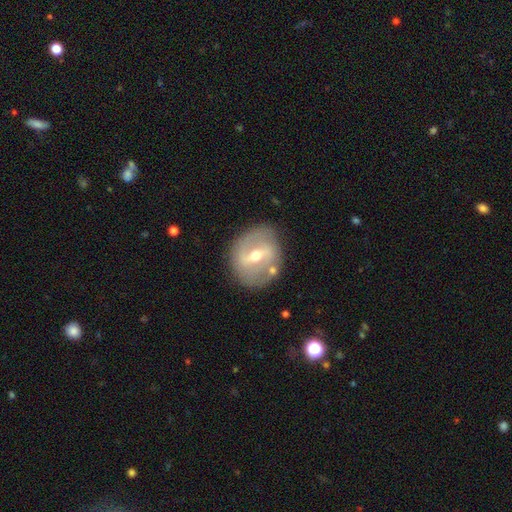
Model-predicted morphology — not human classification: This is likely a featured or disk galaxy (73%). It is clearly not viewed edge-on (94%). Bar: possibly strong (48%). Spiral arm pattern: possibly yes (57%). Central bulge: likely moderate (65%). Merging: likely none (79%).